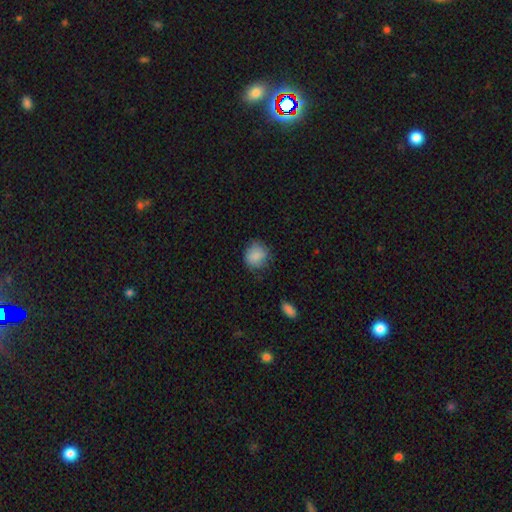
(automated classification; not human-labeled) A smooth galaxy with no disk features (86%) that is round (80%). Merging: none (74%).